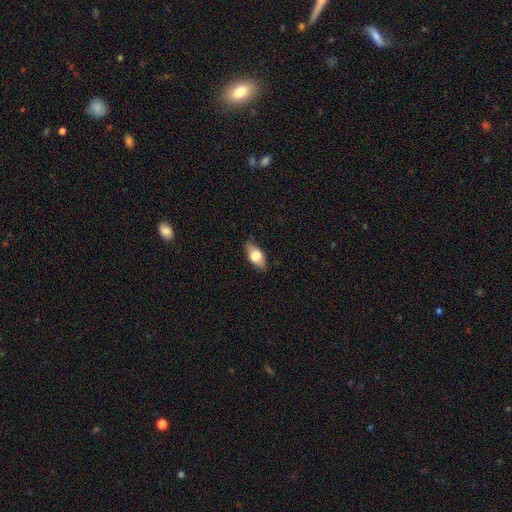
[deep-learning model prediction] The model was most divided on "smooth or featured": smooth: 72%, featured or disk: 22%, star or artifact: 7%. More confident: how rounded — in between (88%); merging — none (82%).